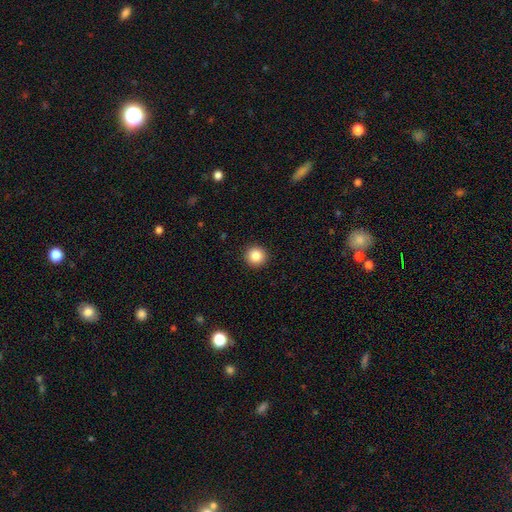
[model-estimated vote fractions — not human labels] A smooth galaxy with no disk features (86%) that is round (95%). Merging: none (93%).